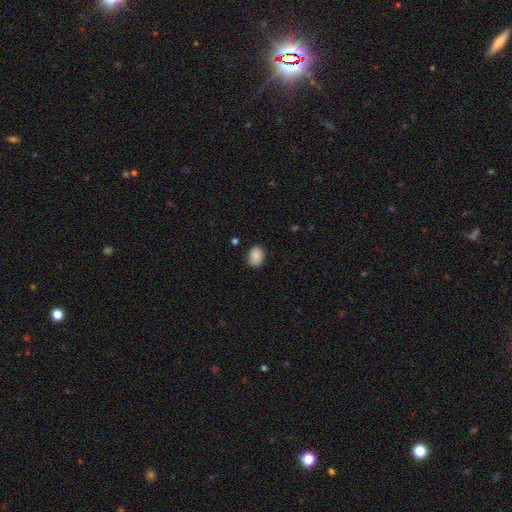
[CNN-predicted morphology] A smooth galaxy with no disk features (81%) that is in between round and cigar-shaped (57%). Merging: none (78%).